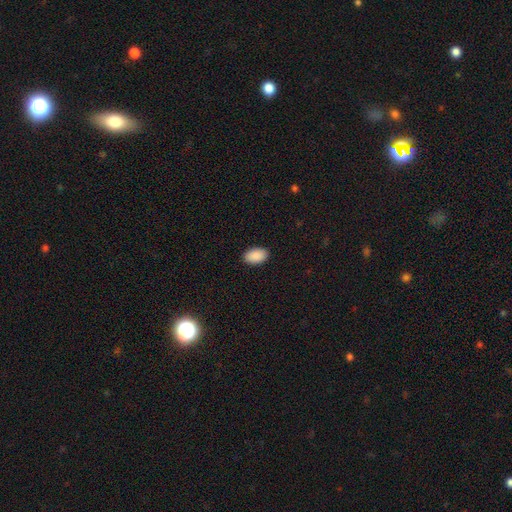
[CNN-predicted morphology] Smooth or featured? Predicted: smooth (p=0.91). How rounded? Predicted: in between (p=0.93). Merging? Predicted: none (p=0.90).